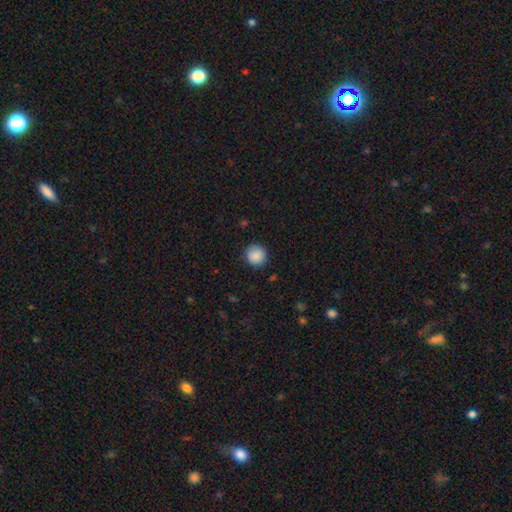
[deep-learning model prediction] Smooth or featured? smooth (88%)
How rounded? round (93%)
Merging? none (87%)